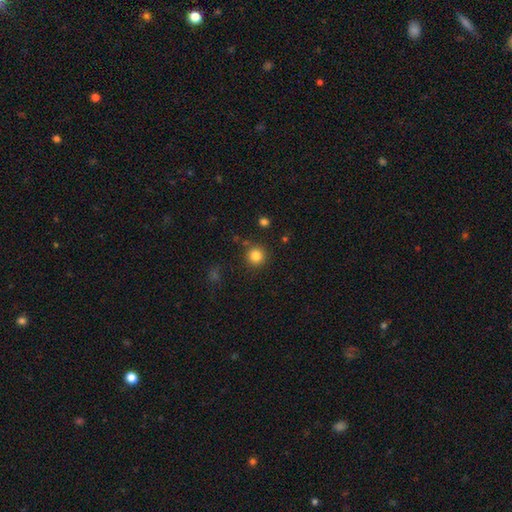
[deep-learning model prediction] A smooth galaxy with no disk features (83%) that is round (94%). Merging: none (86%).